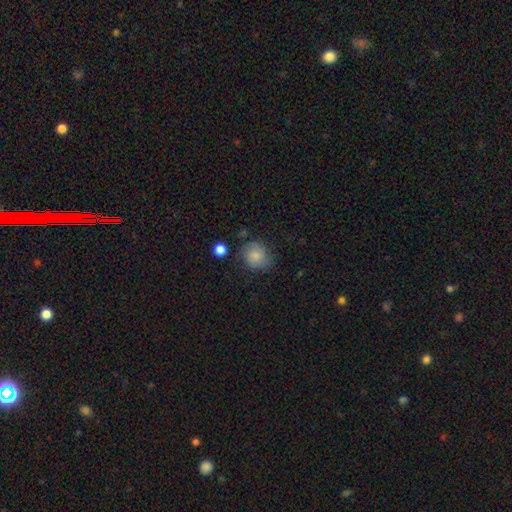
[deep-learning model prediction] smooth 79%, featured or disk 12%, star or artifact 9%. Down the decision tree: how rounded — round (79%); merging — none (66%).